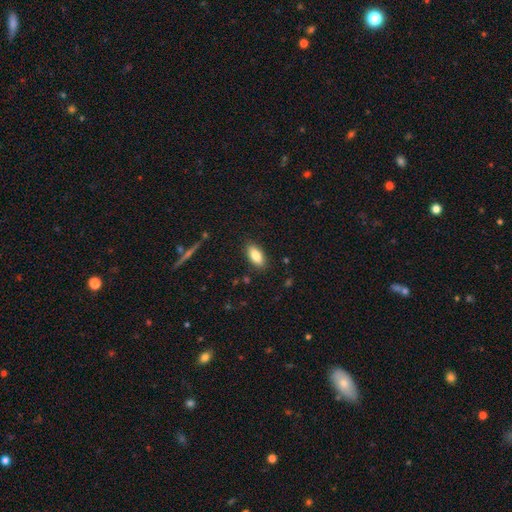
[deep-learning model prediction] Smooth or featured? Predicted: smooth (p=0.83). How rounded? Predicted: in between (p=0.89). Merging? Predicted: none (p=0.87).